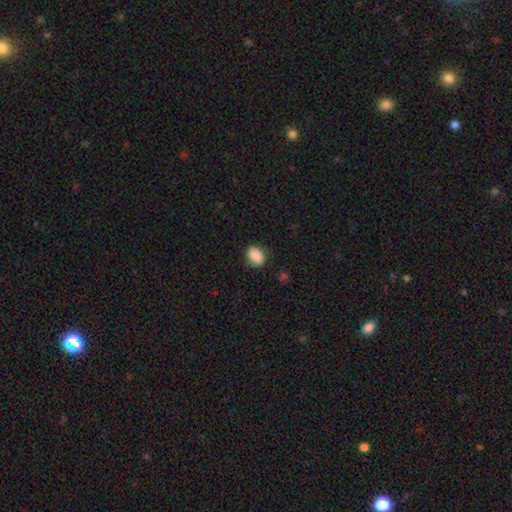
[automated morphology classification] smooth-or-featured: smooth: 89% | star or artifact: 7% | featured or disk: 4%
  how-rounded: in between: 74% | round: 25% | cigar-shaped: 1%
  merging: none: 81% | minor disturbance: 14% | major disturbance: 3% | merger: 1%